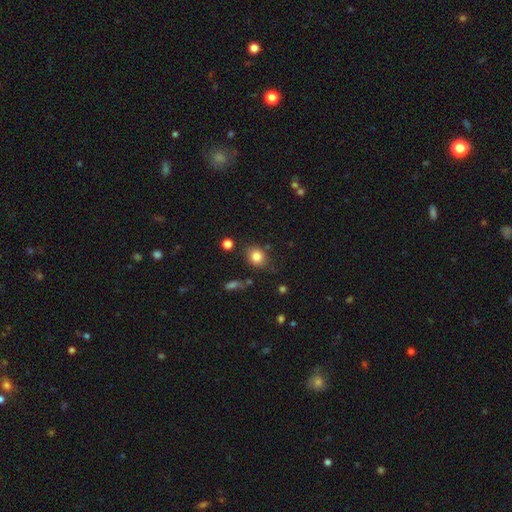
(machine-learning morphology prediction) type=smooth (83%); roundness=round (62%); merging=none (78%).